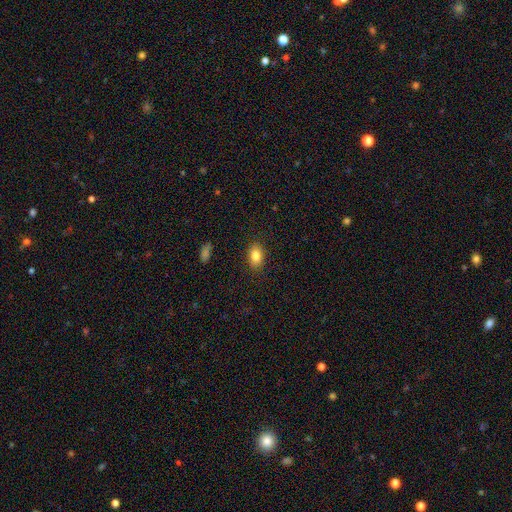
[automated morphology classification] This is clearly a smooth galaxy (83%). How rounded: clearly in between (82%). Merging: clearly none (87%).